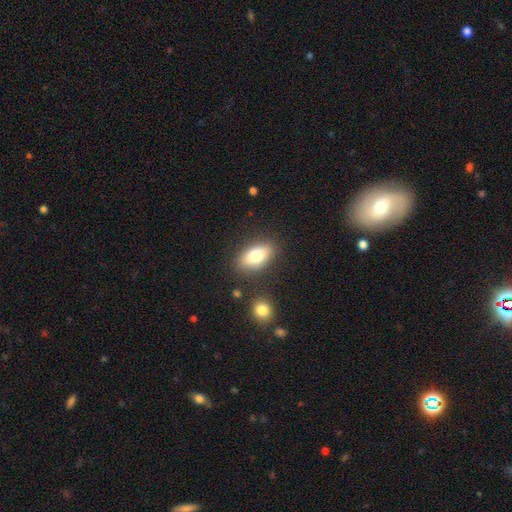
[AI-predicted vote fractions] smooth_or_featured: smooth (p=0.75) [alt: featured or disk p=0.18]
how_rounded: in between (p=0.86) [alt: cigar-shaped p=0.08]
merging: none (p=0.83) [alt: minor disturbance p=0.10]